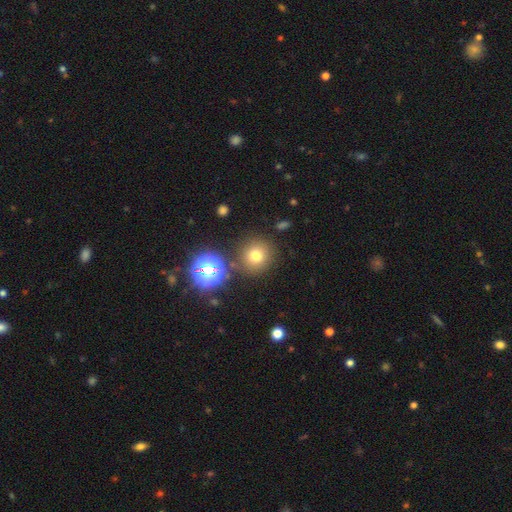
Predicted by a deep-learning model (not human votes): This is likely a smooth galaxy (70%). How rounded: clearly round (91%). Merging: clearly none (83%).